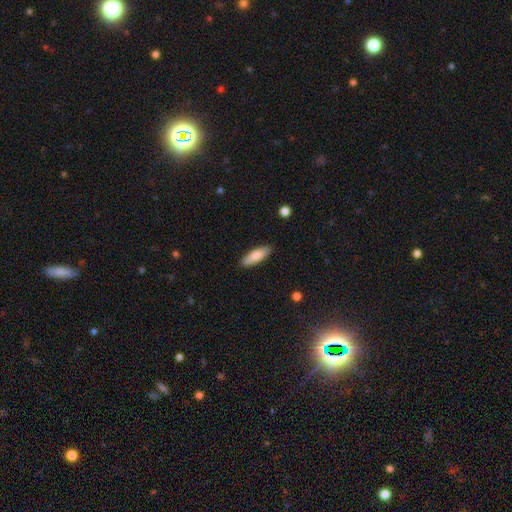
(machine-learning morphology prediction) smooth_or_featured: smooth (p=0.82) [alt: featured or disk p=0.12]
how_rounded: cigar-shaped (p=0.50) [alt: in between p=0.48]
merging: none (p=0.87) [alt: minor disturbance p=0.10]